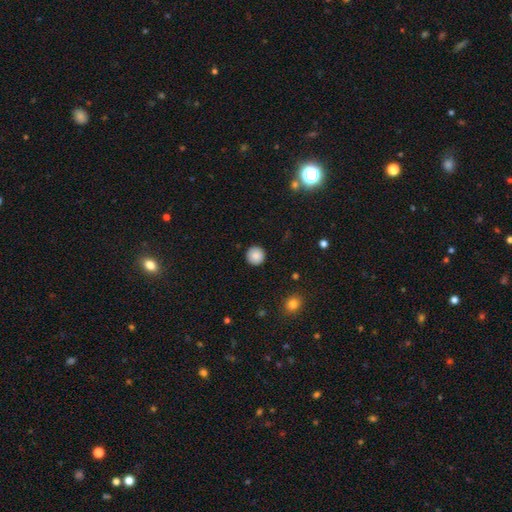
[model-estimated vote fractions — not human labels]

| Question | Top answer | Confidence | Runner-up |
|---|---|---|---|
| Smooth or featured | smooth | 87% | star or artifact (9%) |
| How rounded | round | 95% | in between (4%) |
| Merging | none | 92% | minor disturbance (5%) |